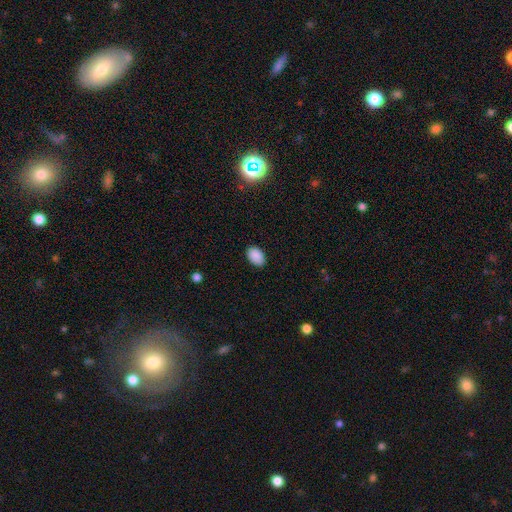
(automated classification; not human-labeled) Q: Smooth or featured?
A: smooth (89%); runner-up: star or artifact (8%)
Q: How rounded?
A: in between (89%); runner-up: round (10%)
Q: Merging?
A: none (87%); runner-up: minor disturbance (10%)